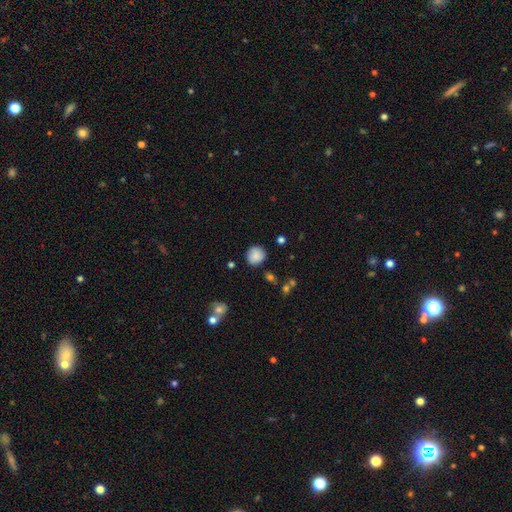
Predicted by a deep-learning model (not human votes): A smooth galaxy with no disk features (82%) that is round (88%).

Vote fractions:
- Smooth or featured? smooth: 82% / featured or disk: 9% / star or artifact: 8%
- How rounded? round: 88% / in between: 11% / cigar-shaped: 1%
- Merging? none: 83% / minor disturbance: 12% / major disturbance: 3% / merger: 2%